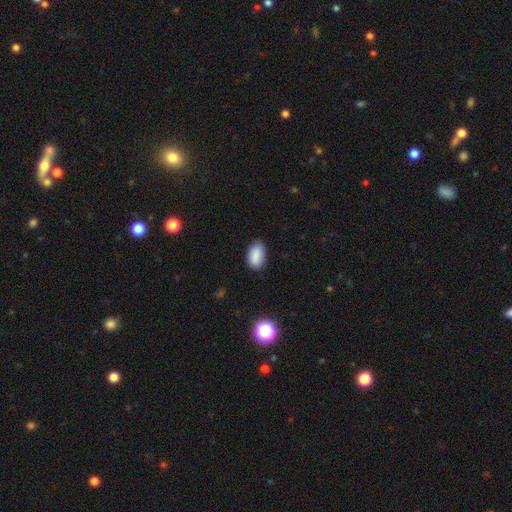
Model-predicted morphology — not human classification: Overall: smooth (87%). How rounded: in between (93%). Merging: none (79%).